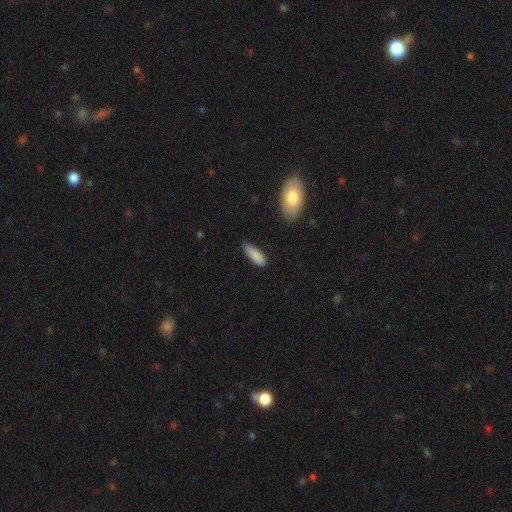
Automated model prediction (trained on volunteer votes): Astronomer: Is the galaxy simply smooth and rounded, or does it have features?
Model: smooth — 88%.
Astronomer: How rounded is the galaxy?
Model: in between — 59% (runner-up: cigar-shaped, 40%).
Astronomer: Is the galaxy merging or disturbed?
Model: none — 72%.